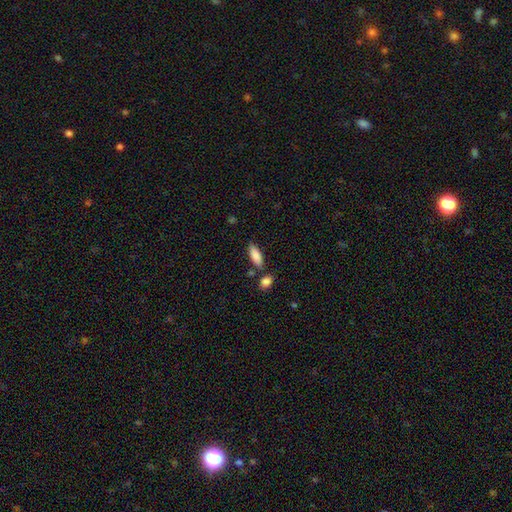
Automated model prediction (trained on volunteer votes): Overall: smooth (85%). How rounded: in between (70%). Merging: none (73%).